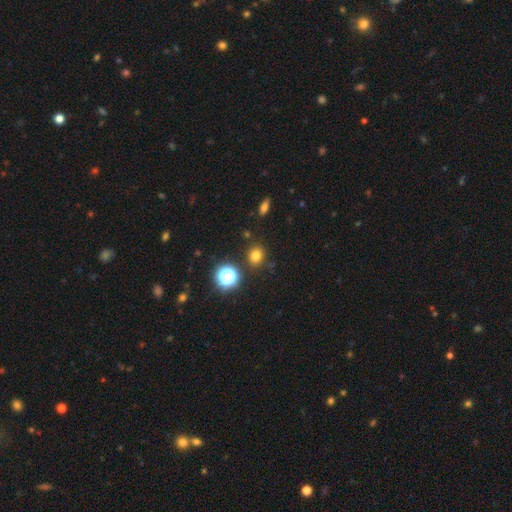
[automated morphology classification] This is likely a smooth galaxy (76%). How rounded: likely round (77%). Merging: clearly none (86%).